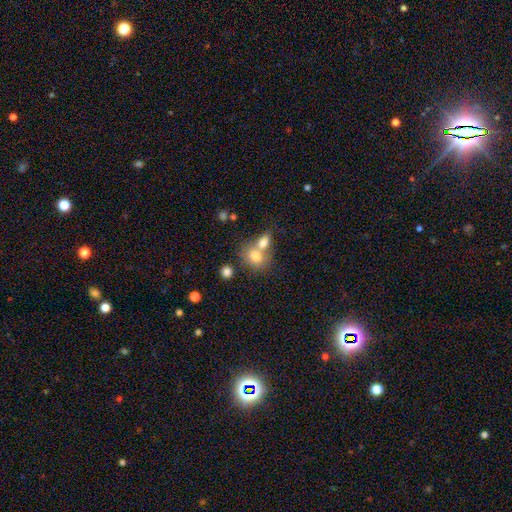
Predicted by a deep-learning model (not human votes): smooth-or-featured: smooth: 75% | featured or disk: 15% | star or artifact: 10%
  how-rounded: in between: 50% | round: 49% | cigar-shaped: 1%
  merging: merger: 56% | none: 32% | minor disturbance: 8% | major disturbance: 4%